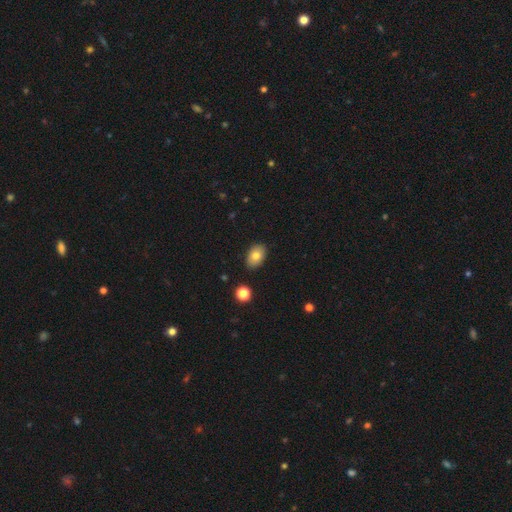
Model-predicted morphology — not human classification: Smooth or featured? Predicted: smooth (p=0.80). How rounded? Predicted: in between (p=0.84). Merging? Predicted: none (p=0.88).